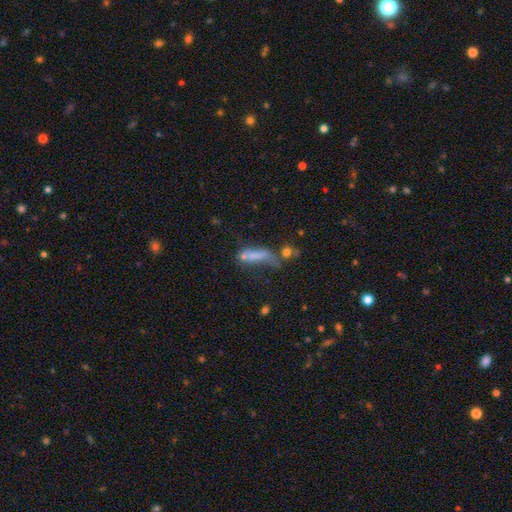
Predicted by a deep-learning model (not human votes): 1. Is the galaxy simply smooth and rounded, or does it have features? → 63% smooth, 24% featured or disk, 13% star or artifact.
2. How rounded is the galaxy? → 54% cigar-shaped, 41% in between, 5% round.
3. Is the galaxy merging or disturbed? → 31% merger, 30% major disturbance, 23% none, 17% minor disturbance.